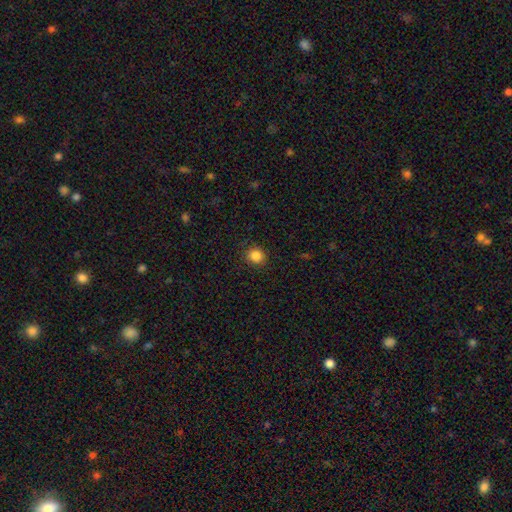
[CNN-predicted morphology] This is clearly a smooth galaxy (86%). How rounded: clearly round (81%). Merging: clearly none (87%).